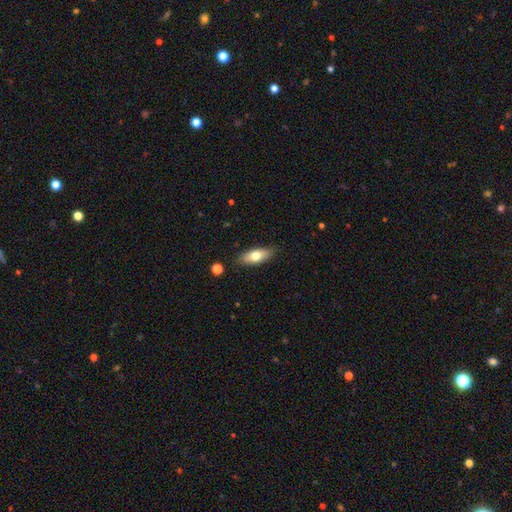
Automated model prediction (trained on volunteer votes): This appears to be a smooth galaxy with no disk features (69%) that is in between round and cigar-shaped (75%). Merging: none (85%).